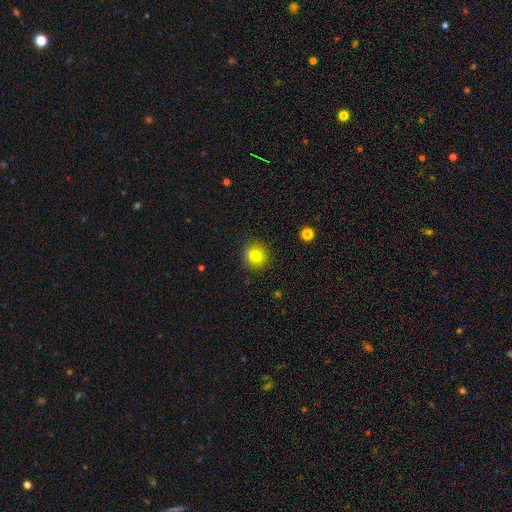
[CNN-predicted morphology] Overall: smooth (76%). How rounded: round (90%). Merging: none (78%).